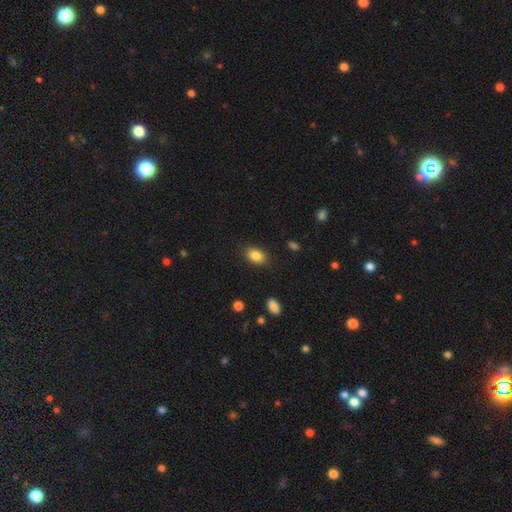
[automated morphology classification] smooth_or_featured: smooth (p=0.85) [alt: star or artifact p=0.09]
how_rounded: in between (p=0.81) [alt: round p=0.17]
merging: none (p=0.85) [alt: minor disturbance p=0.11]